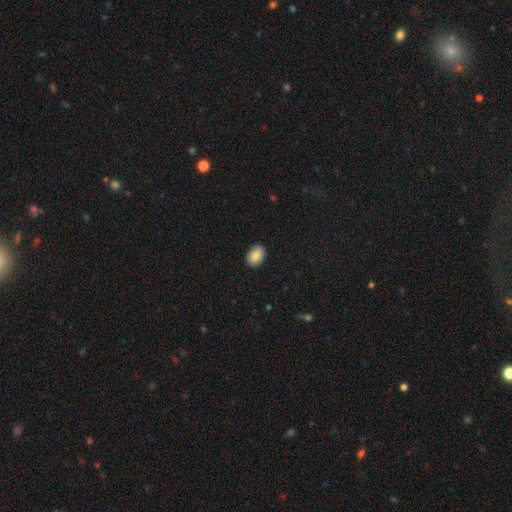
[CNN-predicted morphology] A smooth galaxy with no disk features (84%) that is in between round and cigar-shaped (75%). Merging: none (90%).